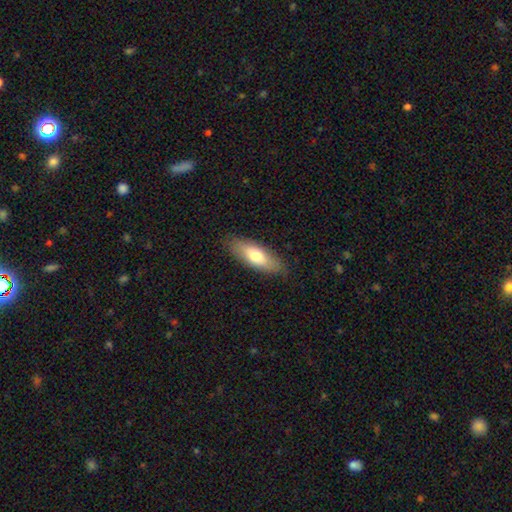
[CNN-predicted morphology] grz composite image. It shows a smooth galaxy with no disk features (69%) that is in between round and cigar-shaped (66%). Merging: none (85%).